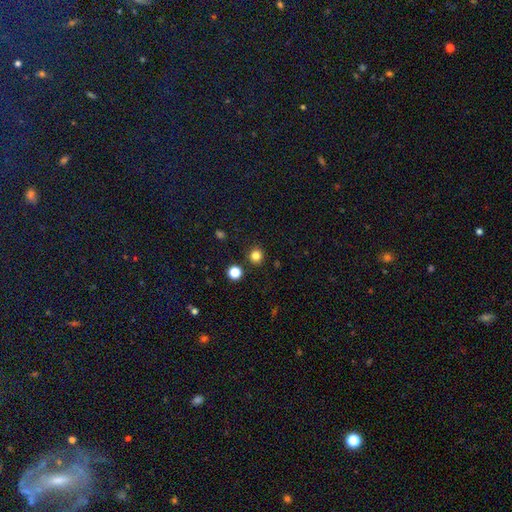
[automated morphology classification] This appears to be a smooth galaxy with no disk features (81%) that is round (92%). Merging: none (89%).